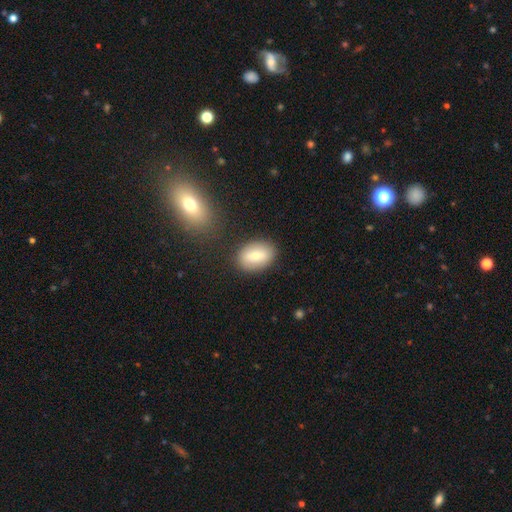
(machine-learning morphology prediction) A smooth galaxy with no disk features (71%) that is in between round and cigar-shaped (82%). Merging: none (83%).